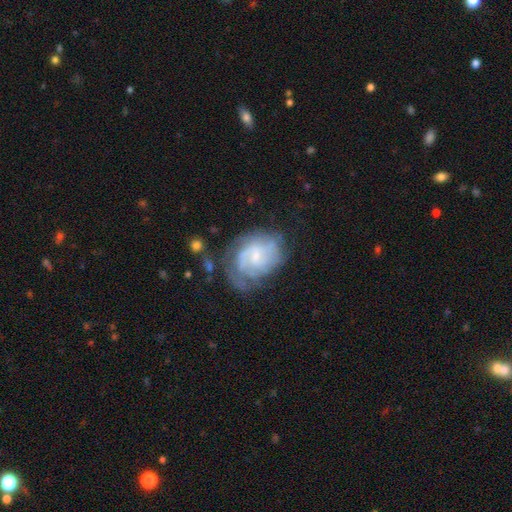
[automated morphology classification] Smooth or featured? featured or disk (74%)
Edge-on disk? no (98%)
Bar? no (47%)
Spiral arms? yes (87%)
Spiral winding? tight (48%)
Spiral arm count? can't tell (40%)
Bulge size? small (64%)
Merging? none (52%)